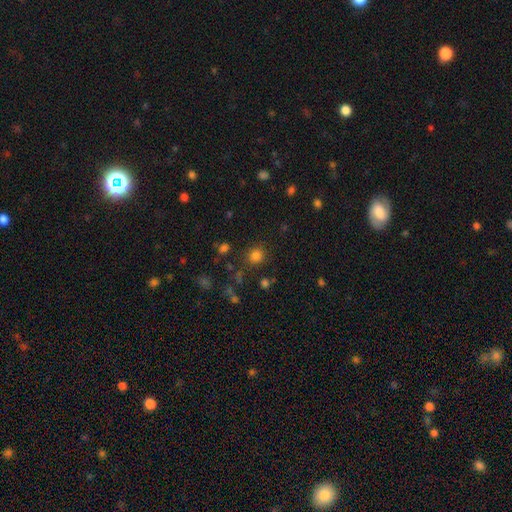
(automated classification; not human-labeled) This is likely a smooth galaxy (80%). How rounded: clearly round (84%). Merging: clearly none (83%).